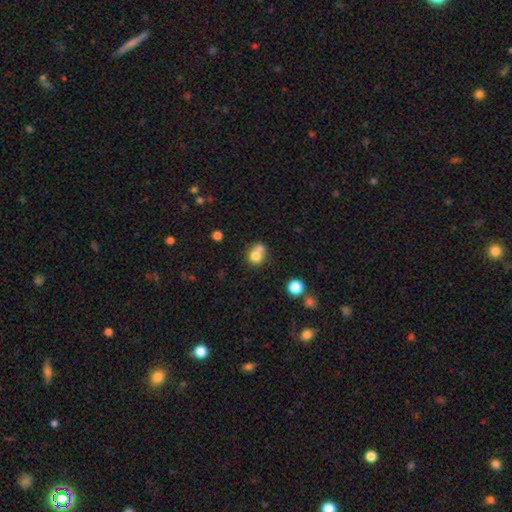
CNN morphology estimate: Q: Smooth or featured?
A: smooth (75%); runner-up: featured or disk (13%)
Q: How rounded?
A: round (77%); runner-up: in between (23%)
Q: Merging?
A: merger (51%); runner-up: none (36%)